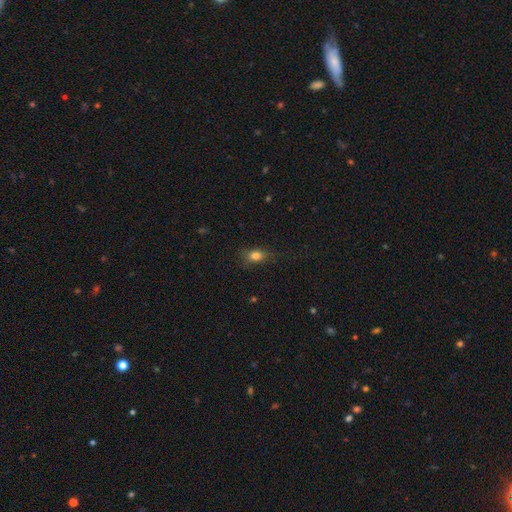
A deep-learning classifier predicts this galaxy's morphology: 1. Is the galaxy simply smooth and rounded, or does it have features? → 79% smooth, 12% star or artifact, 9% featured or disk.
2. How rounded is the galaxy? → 69% in between, 25% round, 6% cigar-shaped.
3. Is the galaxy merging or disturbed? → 70% none, 22% minor disturbance, 7% major disturbance, 1% merger.